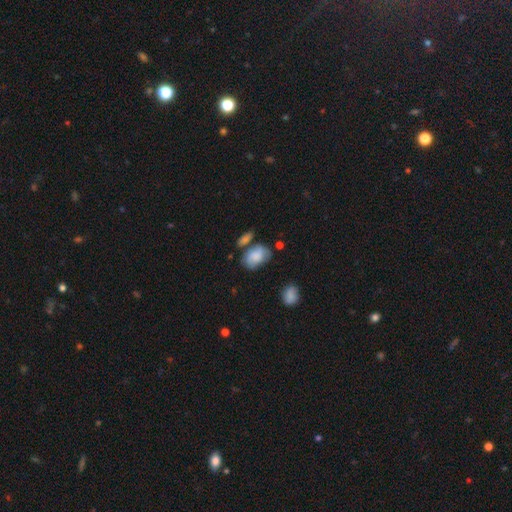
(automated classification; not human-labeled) A smooth galaxy with no disk features (74%) that is in between round and cigar-shaped (87%). Merging: none (48%).